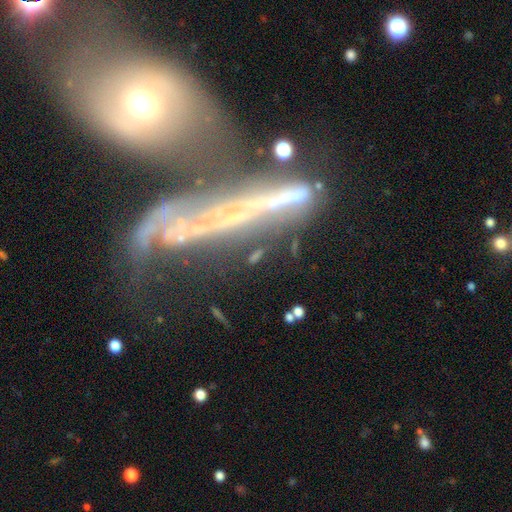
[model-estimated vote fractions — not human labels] A featured or disk galaxy (48%).

Vote fractions:
- Smooth or featured? featured or disk: 48% / smooth: 26% / star or artifact: 26%
- Merging? none: 61% / minor disturbance: 16% / major disturbance: 14% / merger: 9%